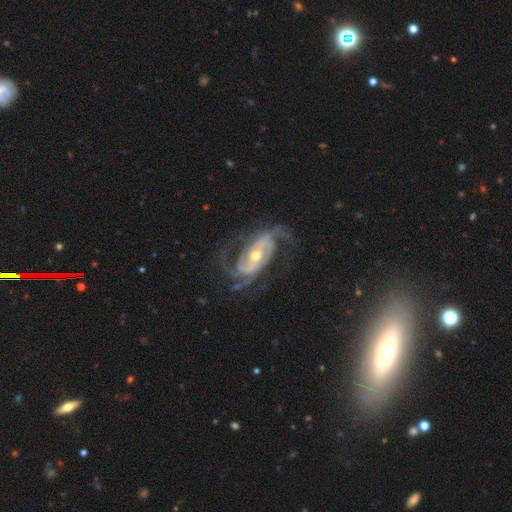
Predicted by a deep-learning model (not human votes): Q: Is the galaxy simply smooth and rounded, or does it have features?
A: featured or disk — 91%.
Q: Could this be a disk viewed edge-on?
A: no — 96%.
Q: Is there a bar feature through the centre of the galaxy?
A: strong — 36%.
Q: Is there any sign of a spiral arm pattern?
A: yes — 97%.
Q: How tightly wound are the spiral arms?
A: medium — 49%.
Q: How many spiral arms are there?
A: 2 — 46%.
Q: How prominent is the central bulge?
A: moderate — 57%.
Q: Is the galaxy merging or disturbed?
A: none — 67%.